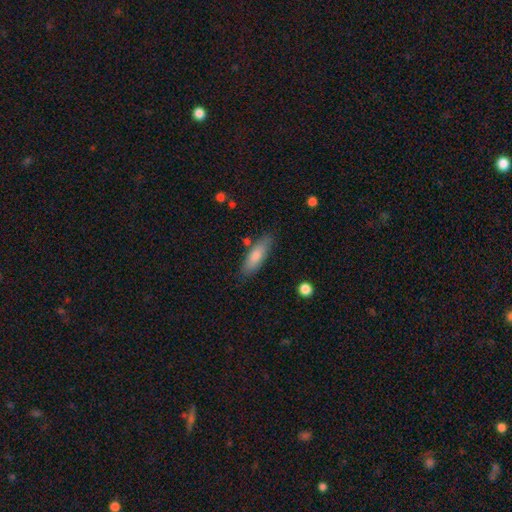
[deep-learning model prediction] This is likely a smooth galaxy (74%). How rounded: possibly cigar-shaped (53%). Merging: clearly none (81%).